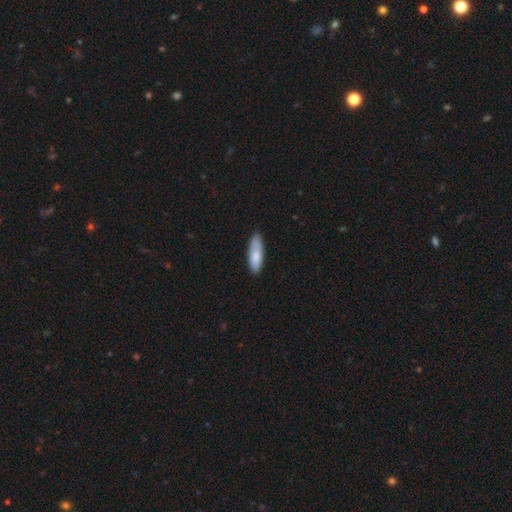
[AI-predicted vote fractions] Smooth or featured? smooth (78%)
How rounded? in between (56%)
Merging? none (79%)